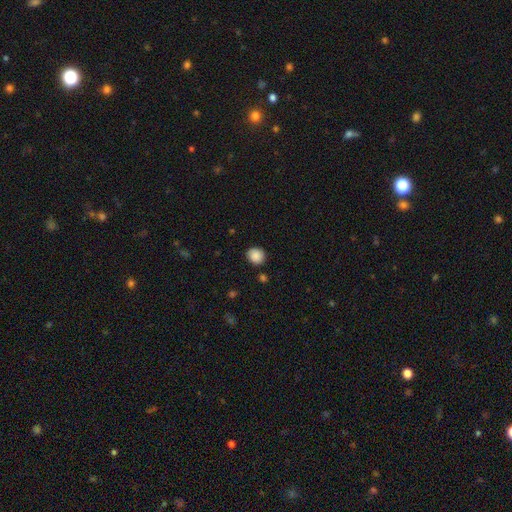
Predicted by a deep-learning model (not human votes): Smooth or featured? smooth (89%)
How rounded? round (81%)
Merging? none (86%)